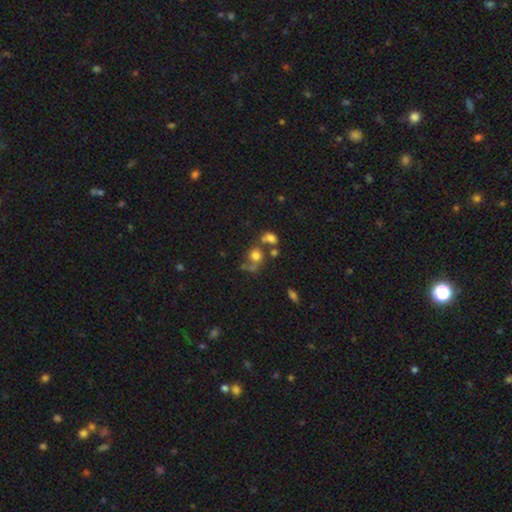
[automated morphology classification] Smooth or featured? smooth (68%)
How rounded? round (72%)
Merging? none (42%)